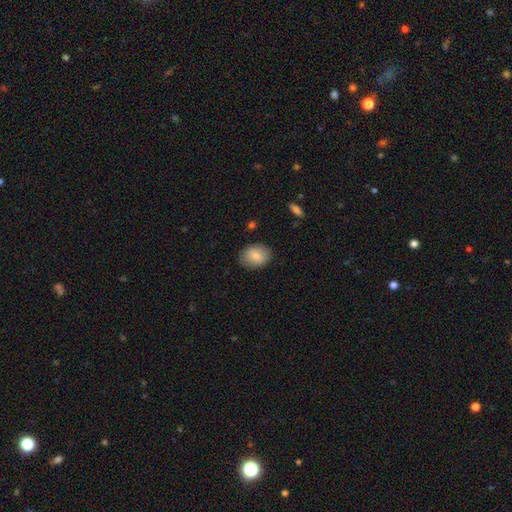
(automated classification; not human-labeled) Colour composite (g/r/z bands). It shows a smooth galaxy with no disk features (81%) that is in between round and cigar-shaped (70%). Merging: none (84%).